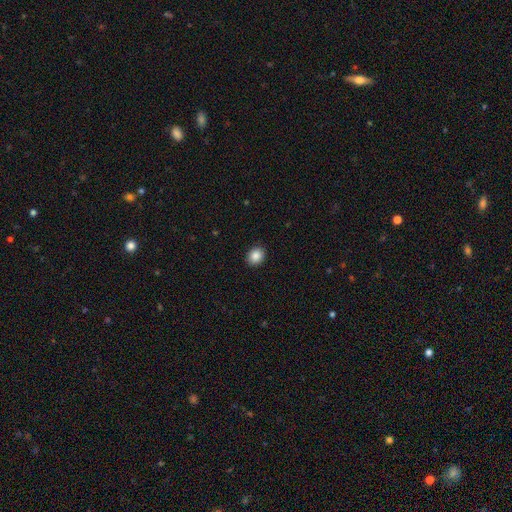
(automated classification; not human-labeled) This is clearly a smooth galaxy (87%). How rounded: likely round (61%). Merging: clearly none (91%).